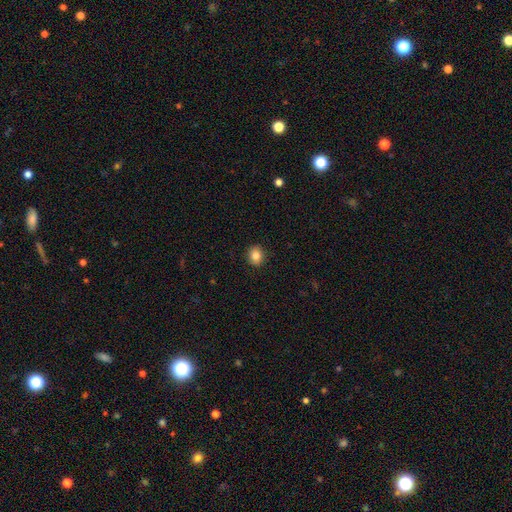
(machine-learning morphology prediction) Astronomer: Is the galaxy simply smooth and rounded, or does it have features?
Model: smooth — 85%.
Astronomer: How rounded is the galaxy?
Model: round — 72%.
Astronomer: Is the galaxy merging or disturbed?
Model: none — 91%.